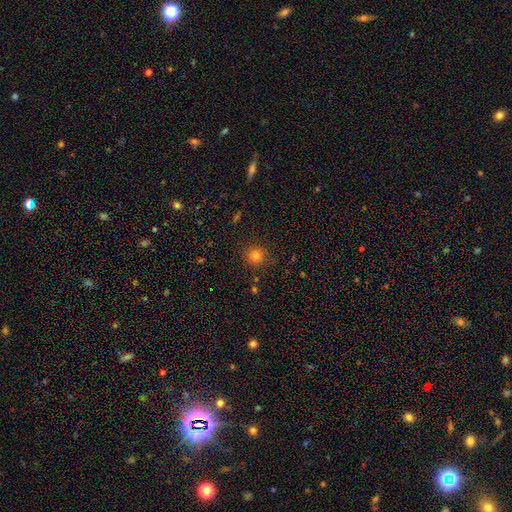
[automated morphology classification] type=smooth (80%); roundness=round (92%); merging=none (88%).